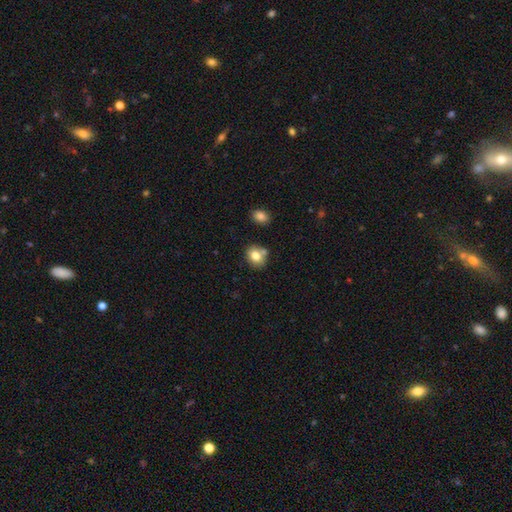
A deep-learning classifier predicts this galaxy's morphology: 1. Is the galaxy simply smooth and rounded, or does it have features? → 79% smooth, 11% featured or disk, 10% star or artifact.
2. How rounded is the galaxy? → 64% round, 36% in between, 1% cigar-shaped.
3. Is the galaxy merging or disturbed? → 66% none, 17% merger, 13% minor disturbance, 3% major disturbance.